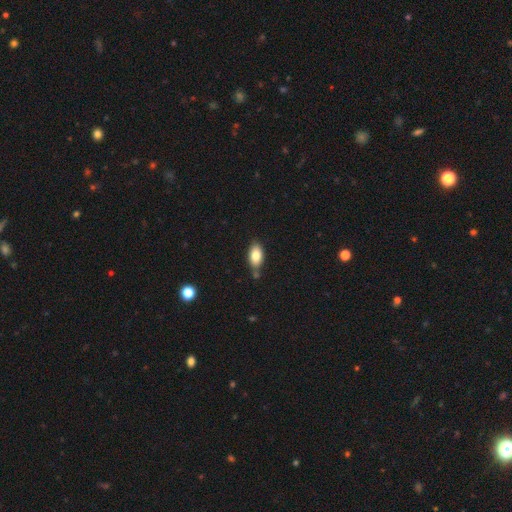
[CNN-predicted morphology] This is clearly a smooth galaxy (82%). How rounded: clearly in between (91%). Merging: likely none (70%).